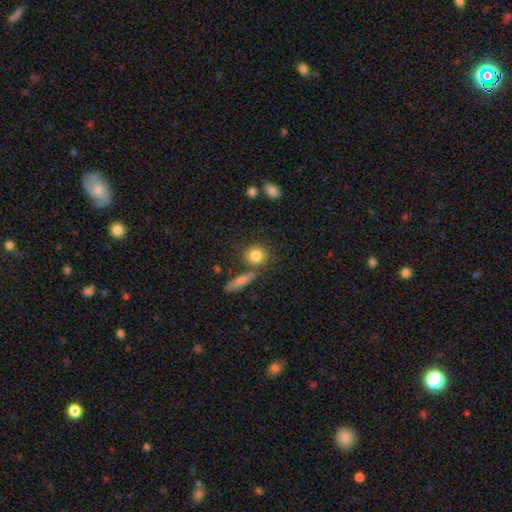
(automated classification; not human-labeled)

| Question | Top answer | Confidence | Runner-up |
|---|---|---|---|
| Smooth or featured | smooth | 82% | featured or disk (9%) |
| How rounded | round | 79% | in between (17%) |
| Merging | none | 69% | merger (16%) |